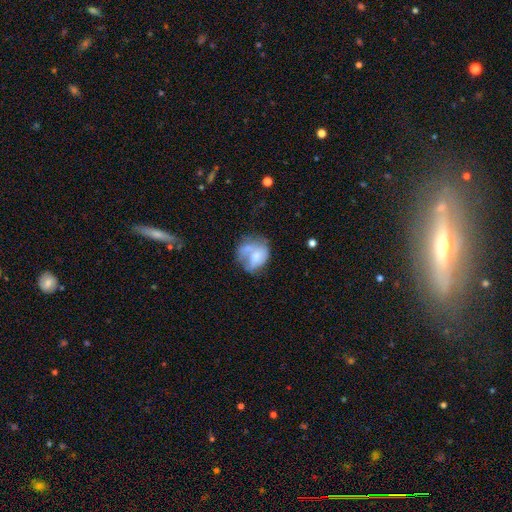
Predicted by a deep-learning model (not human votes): This appears to be a smooth galaxy with no disk features (52%) that is in between round and cigar-shaped (50%). Merging: merger (28%).